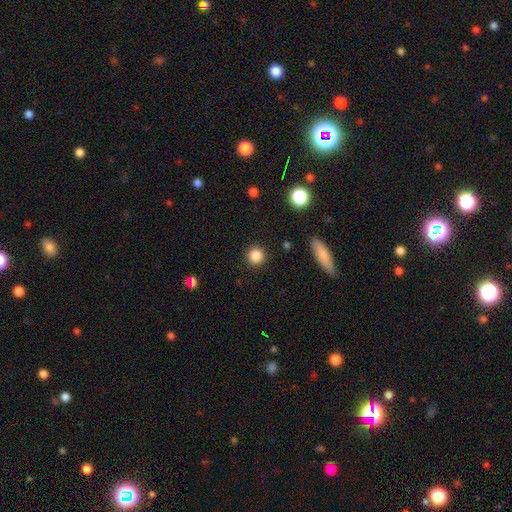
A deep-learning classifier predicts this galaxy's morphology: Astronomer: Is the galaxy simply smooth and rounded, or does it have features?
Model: smooth — 86%.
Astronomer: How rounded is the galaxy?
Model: round — 94%.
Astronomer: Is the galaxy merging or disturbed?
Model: none — 91%.